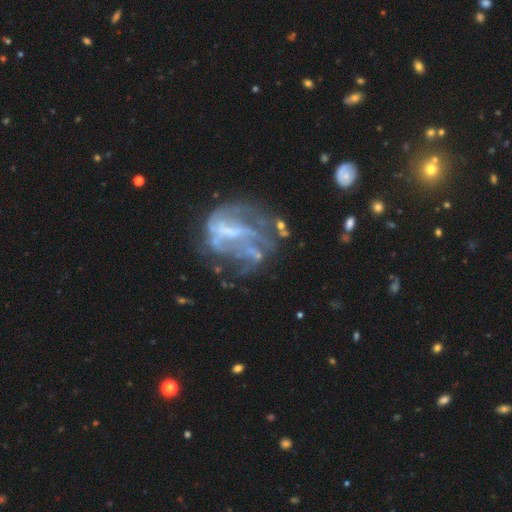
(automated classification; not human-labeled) This appears to be a featured or disk galaxy (72%) with no bar (46%), no spiral arms (53%) and no central bulge (53%). Merging: major disturbance (39%).